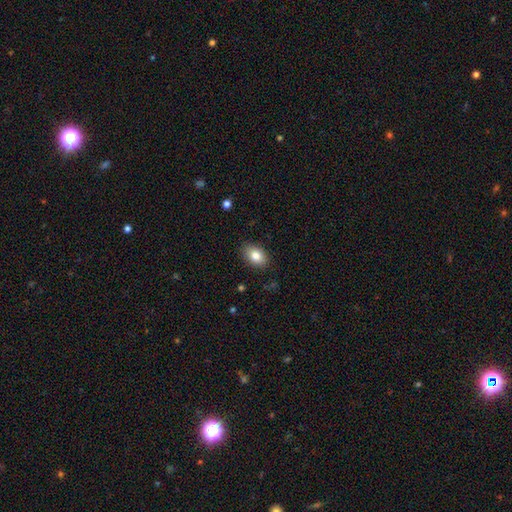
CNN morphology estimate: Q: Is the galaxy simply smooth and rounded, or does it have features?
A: smooth — 83%.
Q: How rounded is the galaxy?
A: in between — 85%.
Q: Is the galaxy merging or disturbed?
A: none — 87%.